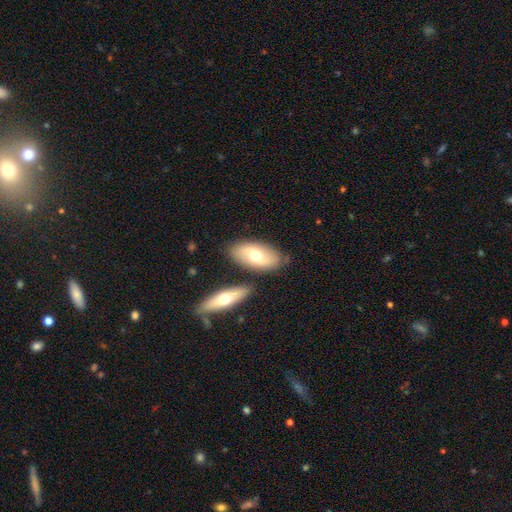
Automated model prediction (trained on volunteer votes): Q: Smooth or featured?
A: smooth (63%); runner-up: featured or disk (31%)
Q: How rounded?
A: in between (92%); runner-up: cigar-shaped (4%)
Q: Merging?
A: none (74%); runner-up: minor disturbance (13%)